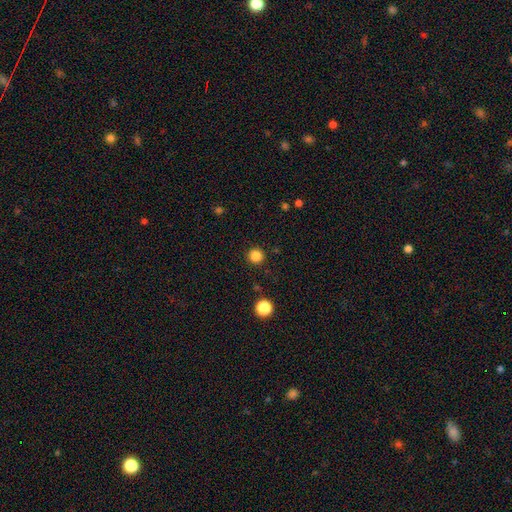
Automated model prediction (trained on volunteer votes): This is clearly a smooth galaxy (84%). How rounded: clearly round (96%). Merging: clearly none (92%).